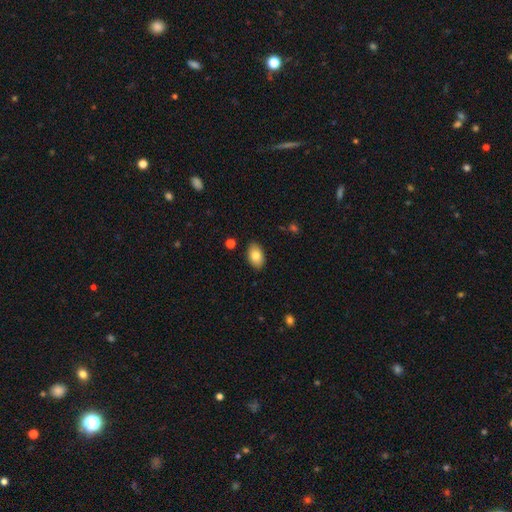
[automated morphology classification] Overall: smooth (81%). How rounded: in between (91%). Merging: none (88%).